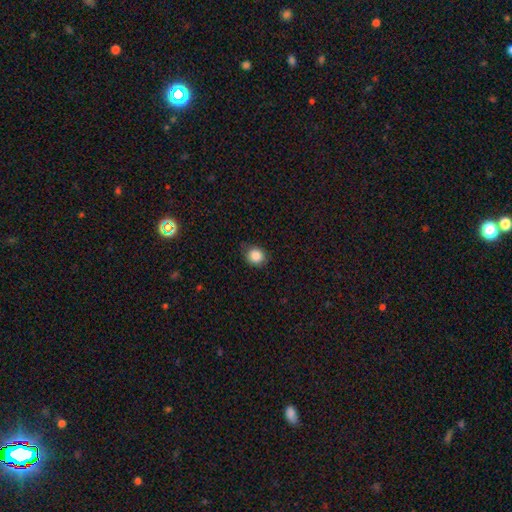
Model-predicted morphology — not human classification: Smooth or featured? smooth (86%)
How rounded? round (82%)
Merging? none (81%)